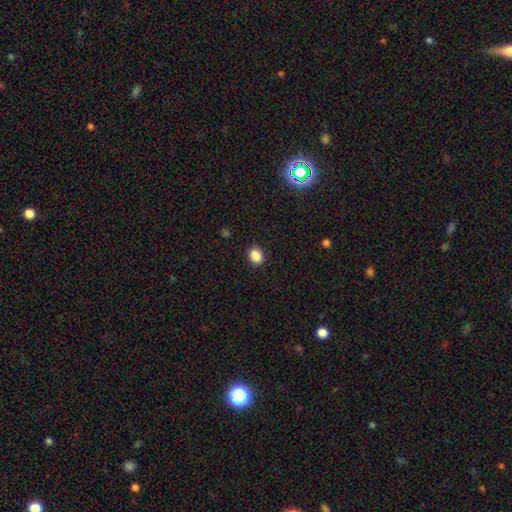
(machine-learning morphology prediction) Smooth or featured?
  - smooth: 88% *
  - star or artifact: 9%
  - featured or disk: 3%
How rounded?
  - in between: 53% *
  - round: 46%
  - cigar-shaped: 1%
Merging?
  - none: 90% *
  - minor disturbance: 7%
  - major disturbance: 2%
  - merger: 1%